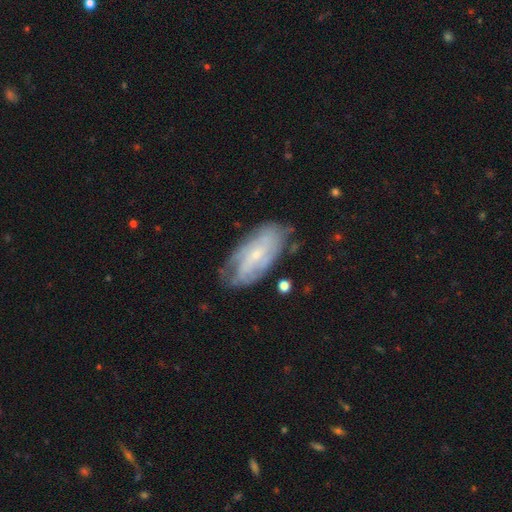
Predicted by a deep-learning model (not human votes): This appears to be a featured or disk galaxy (72%) with no bar (53%), tight (54%) spiral arms (86%) and a small central bulge (76%). Merging: none (68%).